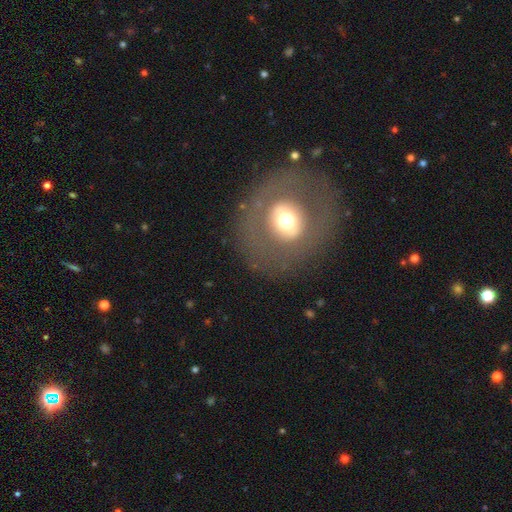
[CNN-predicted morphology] smooth-or-featured: featured or disk: 46% | smooth: 43% | star or artifact: 11%
  merging: none: 81% | minor disturbance: 10% | major disturbance: 7% | merger: 2%